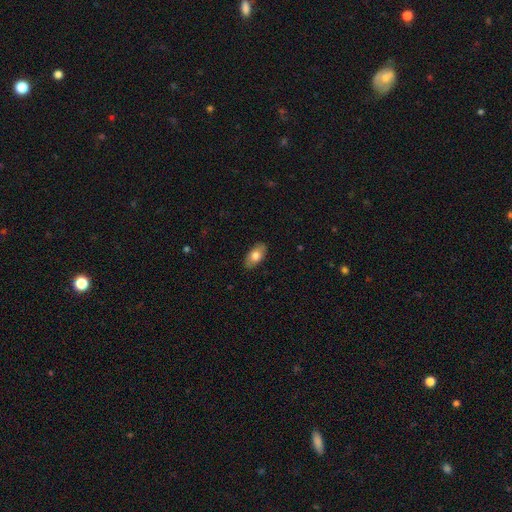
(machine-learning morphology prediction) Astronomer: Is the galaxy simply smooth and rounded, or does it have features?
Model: smooth — 74%.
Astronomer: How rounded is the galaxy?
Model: in between — 93%.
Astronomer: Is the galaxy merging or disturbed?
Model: none — 87%.